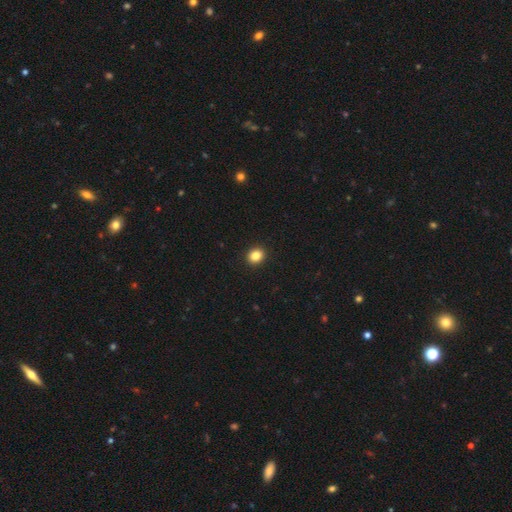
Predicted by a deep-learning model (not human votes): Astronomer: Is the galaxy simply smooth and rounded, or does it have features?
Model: smooth — 85%.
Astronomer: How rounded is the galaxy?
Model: round — 70%.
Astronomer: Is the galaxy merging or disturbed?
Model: none — 93%.